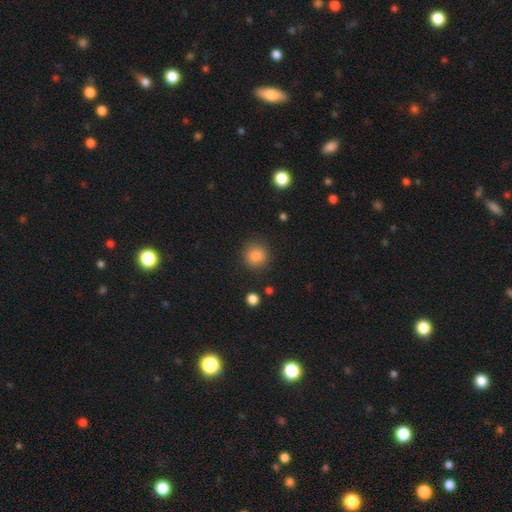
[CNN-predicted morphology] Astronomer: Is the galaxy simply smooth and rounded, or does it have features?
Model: smooth — 85%.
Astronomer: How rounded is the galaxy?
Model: round — 90%.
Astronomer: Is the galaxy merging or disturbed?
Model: none — 88%.